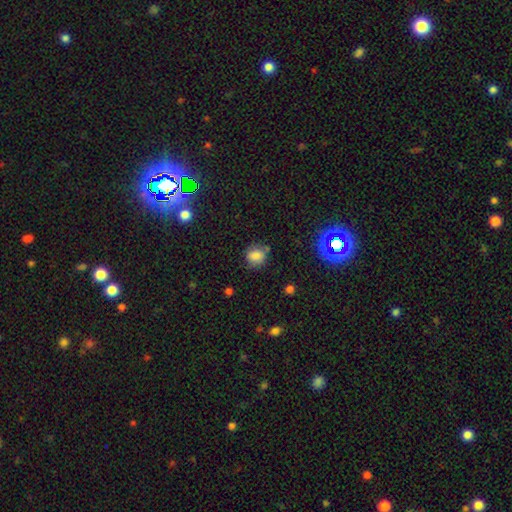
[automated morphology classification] type=smooth (76%); roundness=round (67%); merging=none (66%).